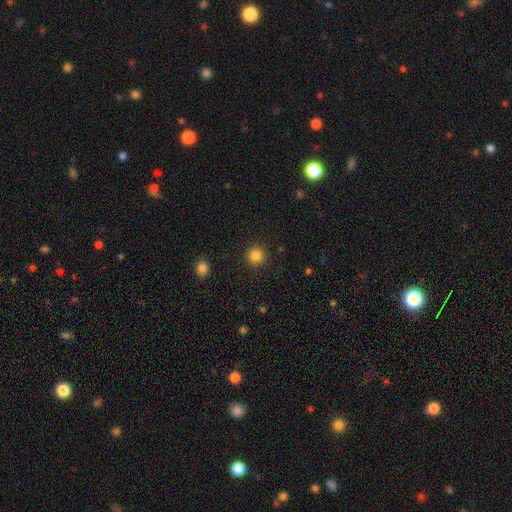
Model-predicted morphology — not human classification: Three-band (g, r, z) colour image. It shows a smooth galaxy with no disk features (85%) that is round (94%). Merging: none (92%).